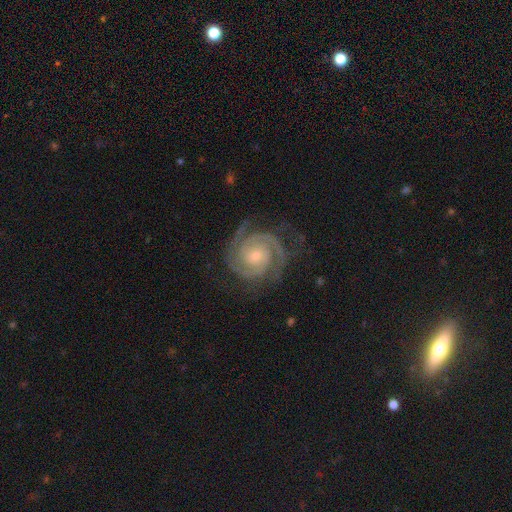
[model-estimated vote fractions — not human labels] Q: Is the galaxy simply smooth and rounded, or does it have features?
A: featured or disk — 92%.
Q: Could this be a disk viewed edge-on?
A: no — 98%.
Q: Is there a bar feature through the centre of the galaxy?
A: no — 63%.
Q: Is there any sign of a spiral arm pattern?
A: yes — 99%.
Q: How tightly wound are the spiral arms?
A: tight — 73%.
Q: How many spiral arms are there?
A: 2 — 72%.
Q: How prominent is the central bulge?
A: small — 47%.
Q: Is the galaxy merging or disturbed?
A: none — 79%.